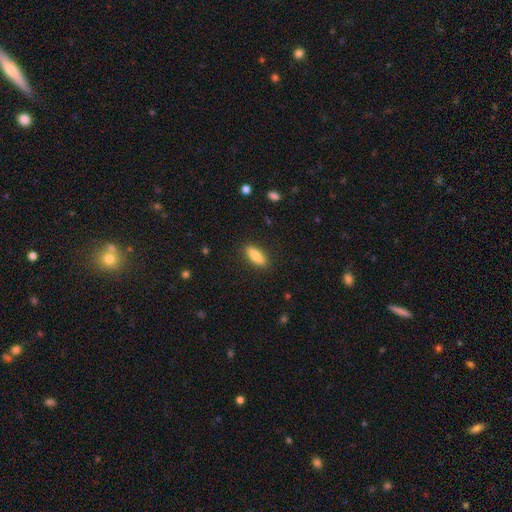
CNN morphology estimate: A smooth galaxy with no disk features (82%) that is in between round and cigar-shaped (58%).

Vote fractions:
- Smooth or featured? smooth: 82% / featured or disk: 12% / star or artifact: 7%
- How rounded? in between: 58% / cigar-shaped: 39% / round: 2%
- Merging? none: 88% / minor disturbance: 9% / major disturbance: 2% / merger: 1%